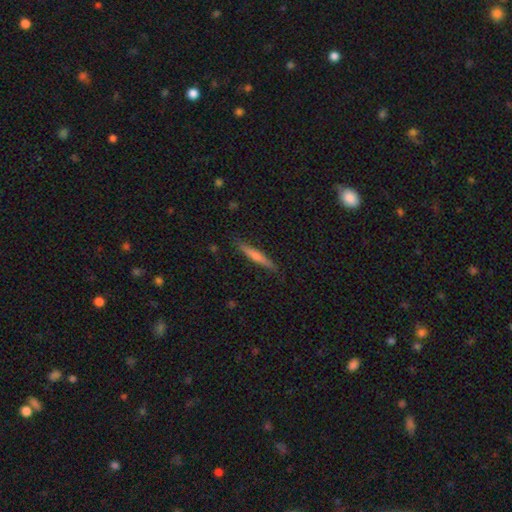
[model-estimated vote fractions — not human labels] Smooth or featured? Predicted: smooth (p=0.48). Merging? Predicted: none (p=0.88).